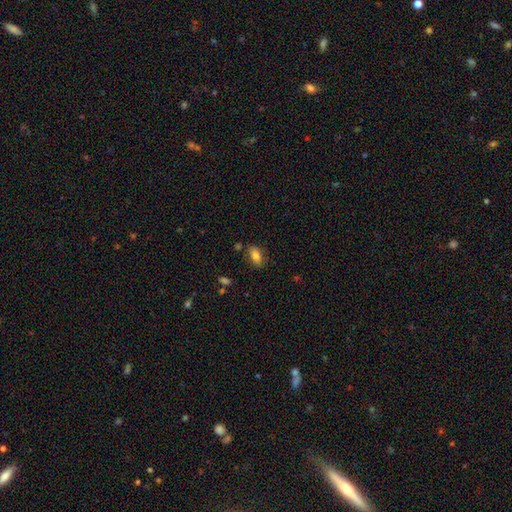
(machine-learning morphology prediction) Smooth or featured? smooth (79%)
How rounded? in between (88%)
Merging? none (77%)